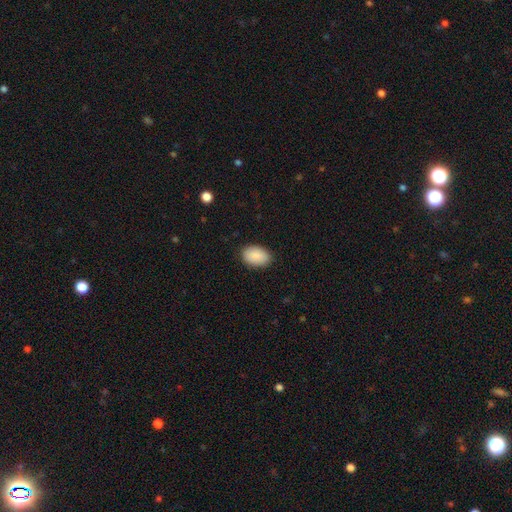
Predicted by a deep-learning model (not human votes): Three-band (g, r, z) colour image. It shows a smooth galaxy with no disk features (90%) that is in between round and cigar-shaped (92%). Merging: none (88%).